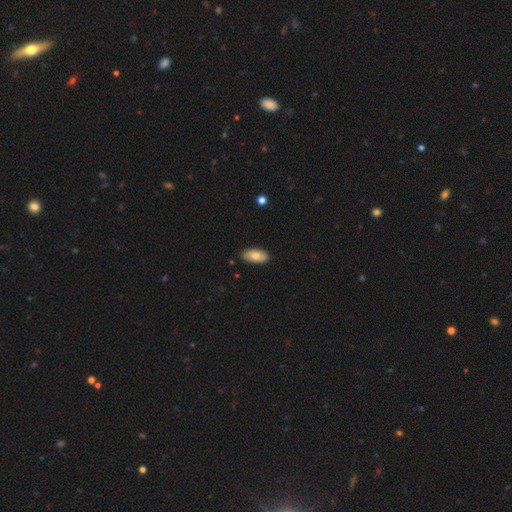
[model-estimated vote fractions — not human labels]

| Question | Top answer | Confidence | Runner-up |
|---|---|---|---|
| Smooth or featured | smooth | 81% | featured or disk (13%) |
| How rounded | in between | 91% | cigar-shaped (6%) |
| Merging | none | 87% | minor disturbance (10%) |